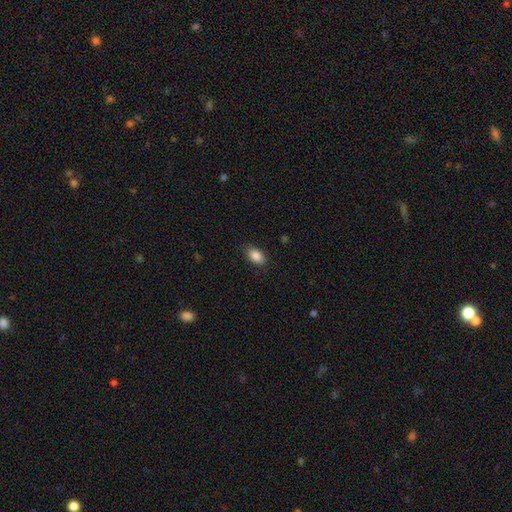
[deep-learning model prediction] This is clearly a smooth galaxy (87%). How rounded: clearly in between (89%). Merging: clearly none (86%).